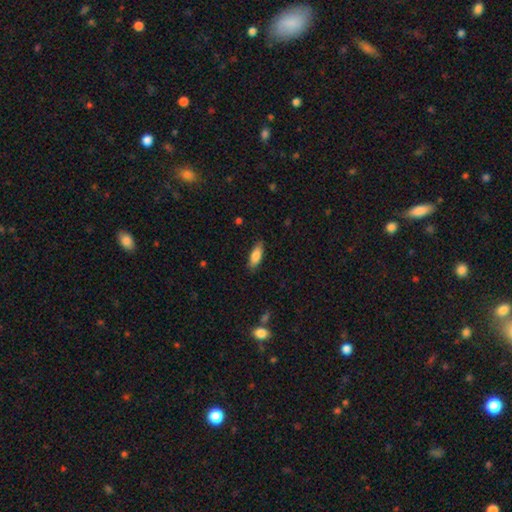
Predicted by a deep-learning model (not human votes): smooth-or-featured: smooth: 84% | featured or disk: 9% | star or artifact: 6%
  how-rounded: in between: 71% | cigar-shaped: 27% | round: 2%
  merging: none: 83% | minor disturbance: 13% | major disturbance: 3% | merger: 1%